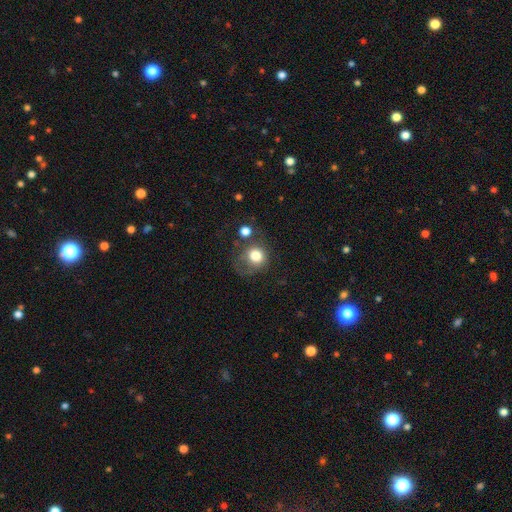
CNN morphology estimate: A smooth galaxy with no disk features (77%) that is round (81%). Merging: none (45%).